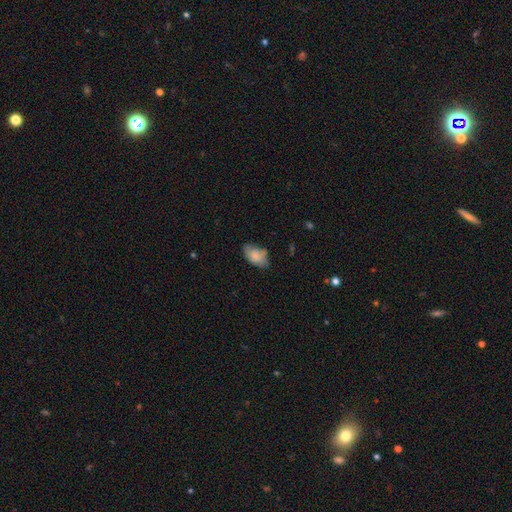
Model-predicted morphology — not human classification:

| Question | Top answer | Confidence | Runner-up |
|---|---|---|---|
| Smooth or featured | smooth | 78% | featured or disk (15%) |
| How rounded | in between | 93% | round (6%) |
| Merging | none | 64% | minor disturbance (28%) |